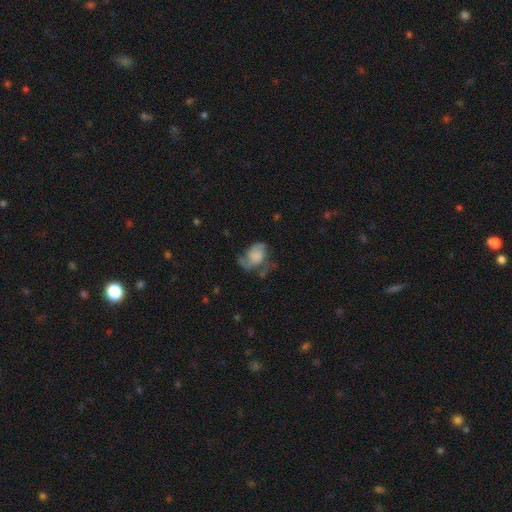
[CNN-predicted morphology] smooth_or_featured: featured or disk (p=0.50) [alt: smooth p=0.41]
merging: major disturbance (p=0.41) [alt: none p=0.30]